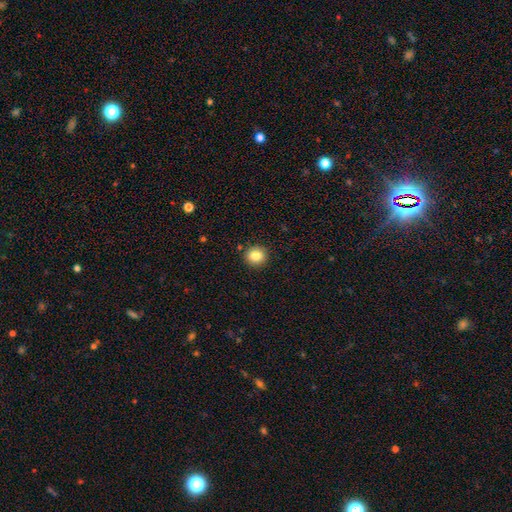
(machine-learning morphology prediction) The model was most divided on "smooth or featured": smooth: 84%, star or artifact: 10%, featured or disk: 6%. More confident: merging — none (90%); how rounded — round (87%).